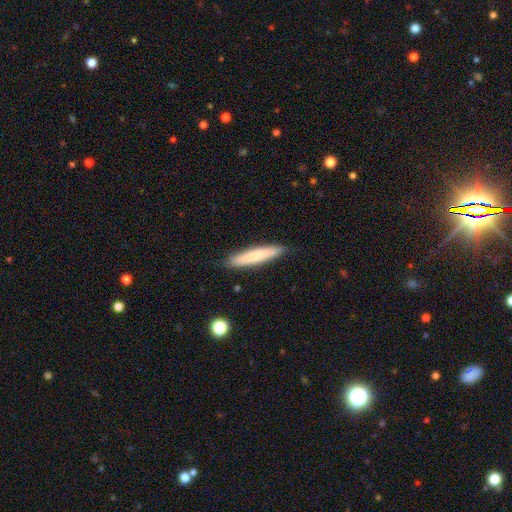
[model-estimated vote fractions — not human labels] Morphology: type=smooth (75%); roundness=cigar-shaped (88%); merging=none (87%).